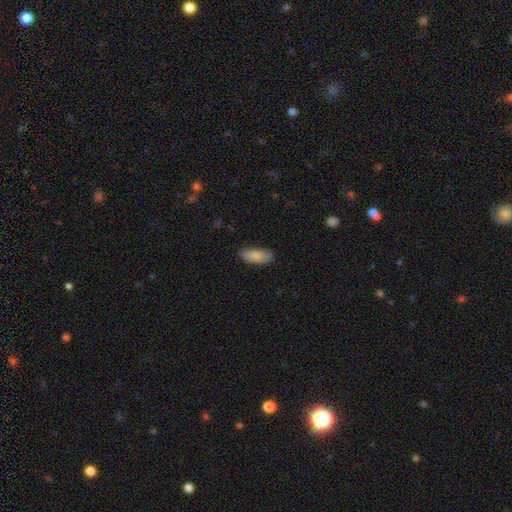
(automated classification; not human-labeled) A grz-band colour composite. It shows a smooth galaxy with no disk features (85%) that is in between round and cigar-shaped (84%). Merging: none (80%).